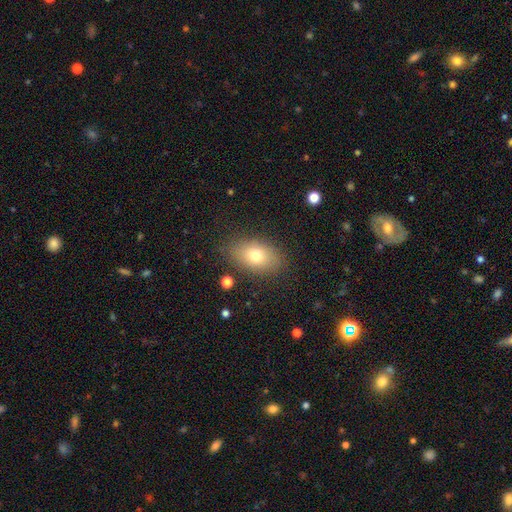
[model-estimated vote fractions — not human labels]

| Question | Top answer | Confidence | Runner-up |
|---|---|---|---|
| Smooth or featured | smooth | 73% | featured or disk (16%) |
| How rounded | in between | 84% | round (14%) |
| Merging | none | 83% | minor disturbance (12%) |